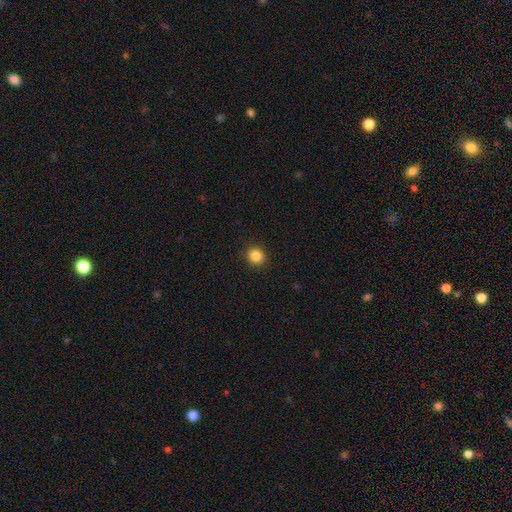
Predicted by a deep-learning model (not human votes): smooth 85%, star or artifact 11%, featured or disk 4%. Down the decision tree: how rounded — round (86%); merging — none (91%).